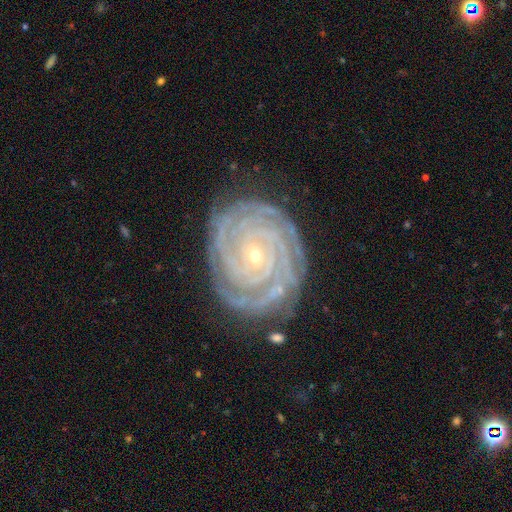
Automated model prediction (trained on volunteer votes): Smooth or featured? featured or disk (92%)
Edge-on disk? no (98%)
Bar? no (74%)
Spiral arms? yes (99%)
Spiral winding? tight (90%)
Spiral arm count? 4 (26%)
Bulge size? small (82%)
Merging? none (81%)